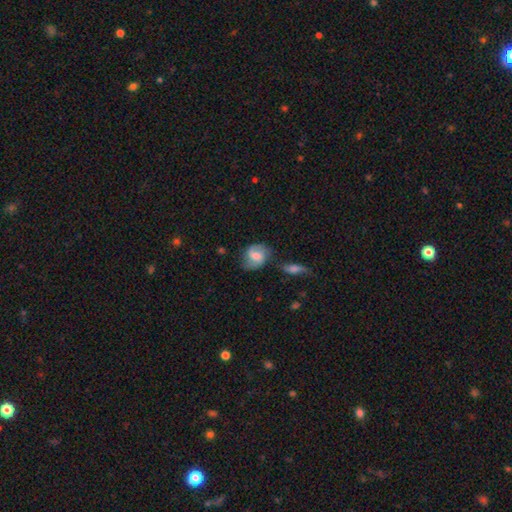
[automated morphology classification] This is possibly a featured or disk galaxy (56%). It is clearly not viewed edge-on (96%). Bar: possibly weak (51%). Spiral arm pattern: clearly yes (87%). Central bulge: possibly moderate (58%). Merging: likely none (64%).